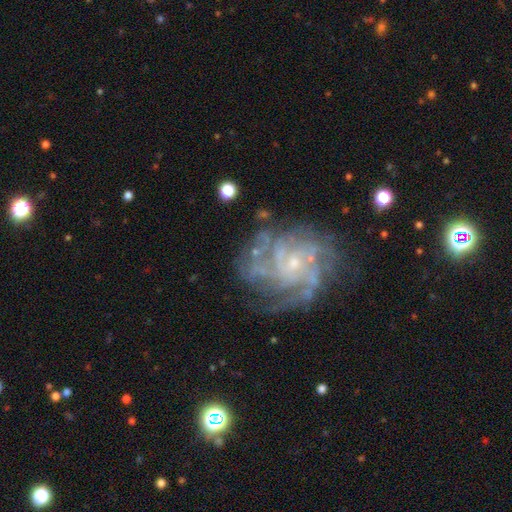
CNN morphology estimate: Smooth or featured: featured or disk — 83% (star or artifact — 9%)
Edge-on disk: no — 98% (yes — 2%)
Bar: no — 69% (weak — 26%)
Spiral arms: yes — 92% (no — 8%)
Spiral winding: tight — 52% (medium — 36%)
Spiral arm count: can't tell — 33% (4 — 22%)
Bulge size: small — 74% (moderate — 17%)
Merging: none — 66% (minor disturbance — 18%)